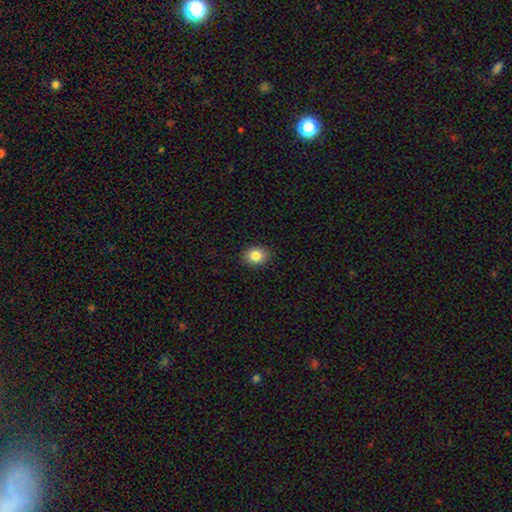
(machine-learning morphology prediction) Smooth or featured?
  - smooth: 84% *
  - star or artifact: 9%
  - featured or disk: 6%
How rounded?
  - in between: 65% *
  - round: 34%
  - cigar-shaped: 1%
Merging?
  - none: 89% *
  - minor disturbance: 8%
  - major disturbance: 2%
  - merger: 1%